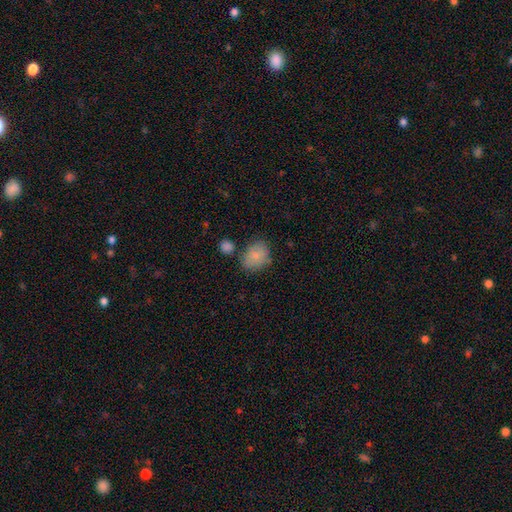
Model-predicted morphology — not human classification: Smooth or featured? smooth (82%)
How rounded? in between (56%)
Merging? none (65%)